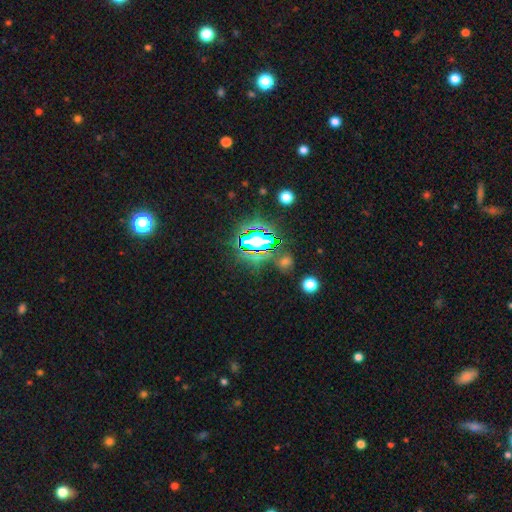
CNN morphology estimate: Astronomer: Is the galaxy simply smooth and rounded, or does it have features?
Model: star or artifact — 68%.